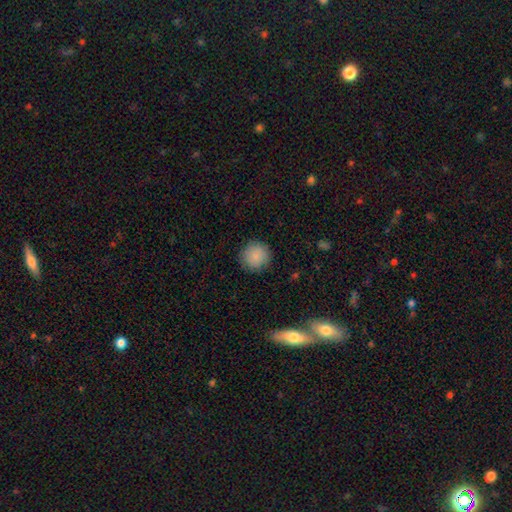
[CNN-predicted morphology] Smooth or featured?
  - smooth: 87% *
  - star or artifact: 8%
  - featured or disk: 5%
How rounded?
  - round: 94% *
  - in between: 5%
  - cigar-shaped: 1%
Merging?
  - none: 89% *
  - minor disturbance: 8%
  - major disturbance: 2%
  - merger: 1%